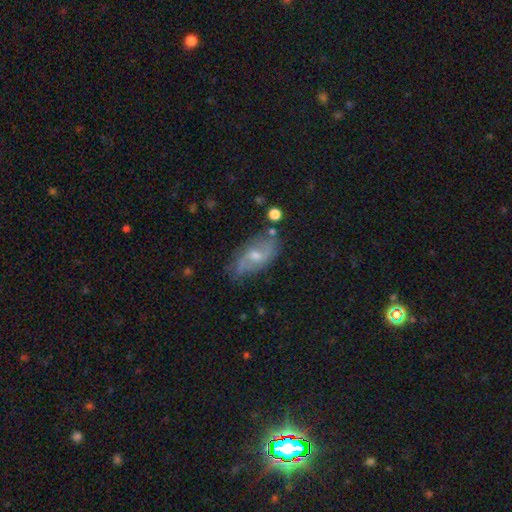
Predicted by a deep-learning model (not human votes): Smooth or featured?
  - featured or disk: 65% *
  - smooth: 26%
  - star or artifact: 9%
Edge-on disk?
  - no: 92% *
  - yes: 8%
Bar?
  - no: 45% *
  - weak: 44%
  - strong: 11%
Spiral arms?
  - yes: 82% *
  - no: 18%
Bulge size?
  - moderate: 52% *
  - small: 43%
  - none: 2%
  - large: 2%
  - dominant: 1%
Merging?
  - none: 71% *
  - minor disturbance: 20%
  - major disturbance: 6%
  - merger: 3%